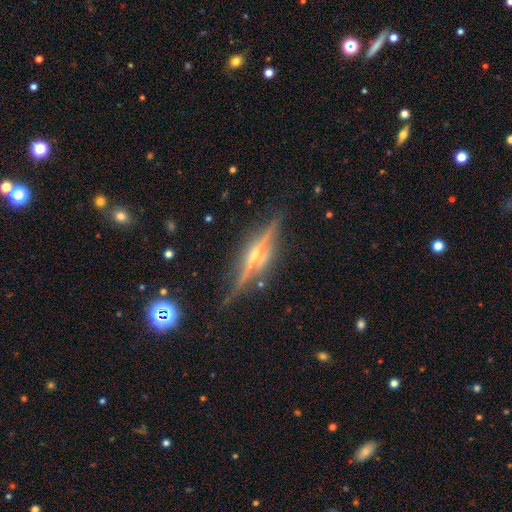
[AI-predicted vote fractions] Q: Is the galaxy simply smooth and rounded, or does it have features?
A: featured or disk — 85%.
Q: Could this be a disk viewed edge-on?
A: yes — 97%.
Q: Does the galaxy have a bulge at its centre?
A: rounded — 89%.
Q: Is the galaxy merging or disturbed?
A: none — 85%.